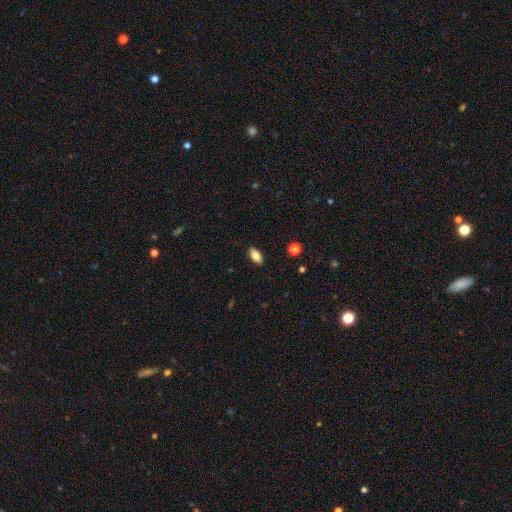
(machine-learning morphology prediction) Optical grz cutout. It shows a smooth galaxy with no disk features (82%) that is in between round and cigar-shaped (88%). Merging: none (89%).